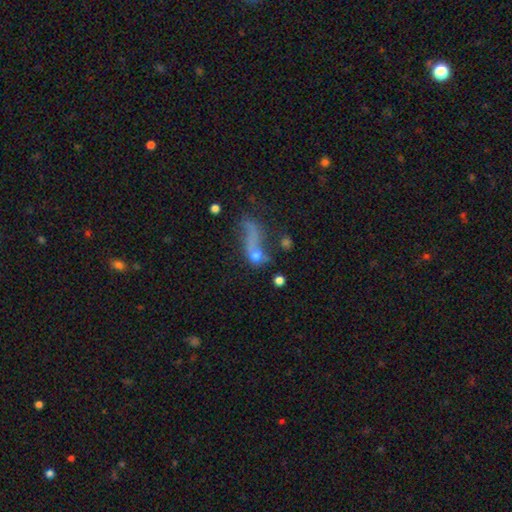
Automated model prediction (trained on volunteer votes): Smooth or featured?
  - smooth: 38% *
  - featured or disk: 35%
  - star or artifact: 28%
Merging?
  - none: 39% *
  - merger: 23%
  - major disturbance: 22%
  - minor disturbance: 16%